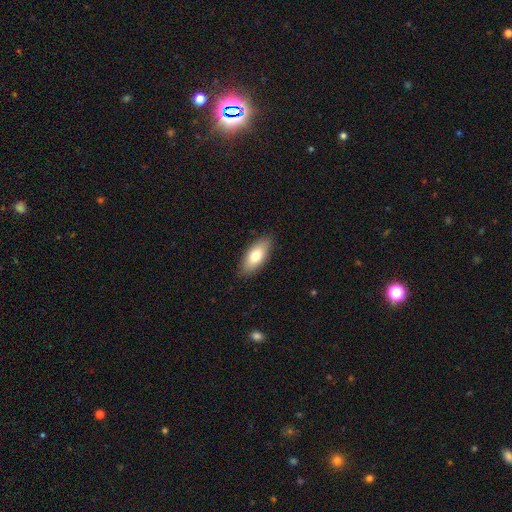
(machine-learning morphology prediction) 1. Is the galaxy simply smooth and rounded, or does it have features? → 74% smooth, 20% featured or disk, 6% star or artifact.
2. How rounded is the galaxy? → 81% in between, 16% cigar-shaped, 3% round.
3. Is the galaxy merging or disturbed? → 87% none, 10% minor disturbance, 2% major disturbance, 1% merger.